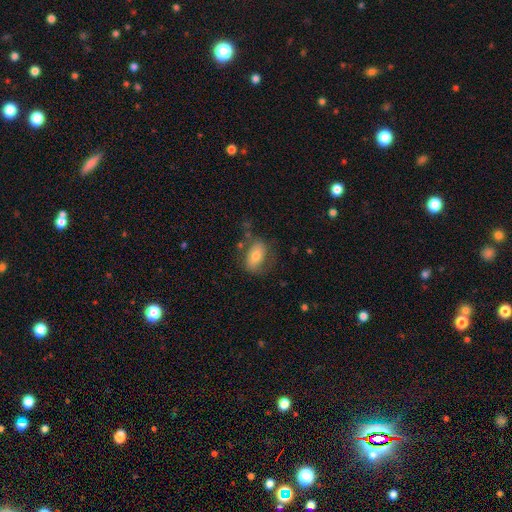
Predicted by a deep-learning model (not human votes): Smooth or featured? smooth (65%)
How rounded? in between (86%)
Merging? none (60%)